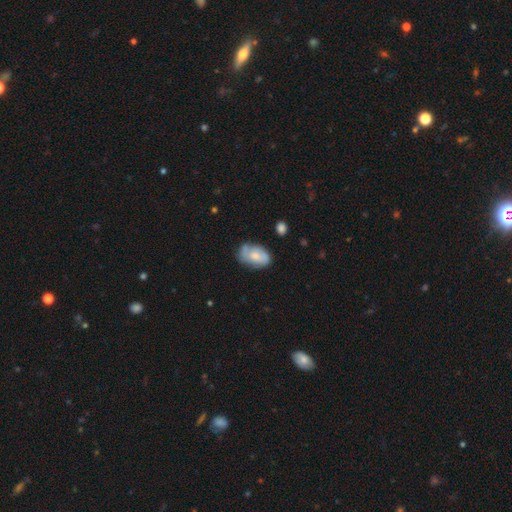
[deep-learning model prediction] A smooth galaxy with no disk features (54%) that is in between round and cigar-shaped (88%). Merging: none (55%).